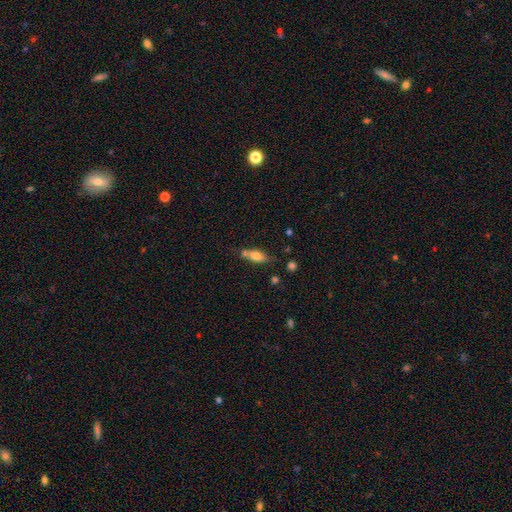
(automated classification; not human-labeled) Q: Smooth or featured?
A: smooth (71%); runner-up: featured or disk (21%)
Q: How rounded?
A: in between (70%); runner-up: cigar-shaped (26%)
Q: Merging?
A: none (50%); runner-up: merger (23%)